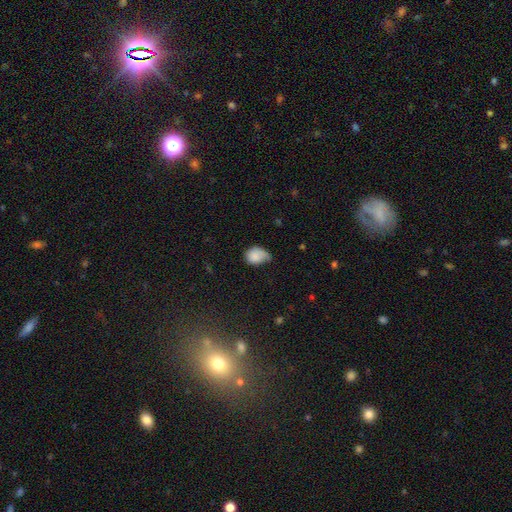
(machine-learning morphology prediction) This appears to be a smooth galaxy with no disk features (80%) that is in between round and cigar-shaped (58%). Merging: minor disturbance (46%).